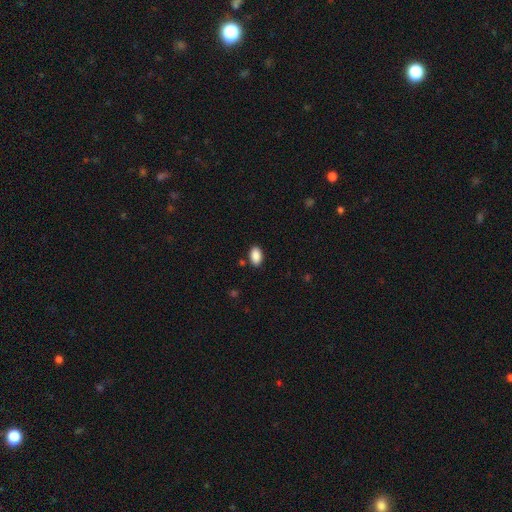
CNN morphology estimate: Smooth or featured? Predicted: smooth (p=0.89). How rounded? Predicted: in between (p=0.92). Merging? Predicted: none (p=0.86).